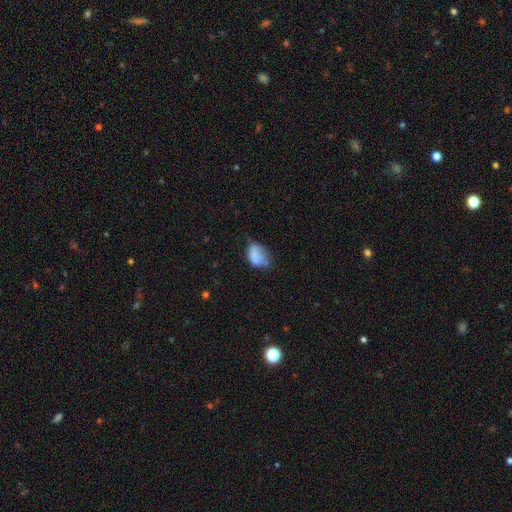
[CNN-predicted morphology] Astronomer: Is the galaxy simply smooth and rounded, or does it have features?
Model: smooth — 76%.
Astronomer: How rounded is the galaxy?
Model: in between — 81%.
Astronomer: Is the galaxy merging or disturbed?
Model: none — 41% (runner-up: minor disturbance, 38%).